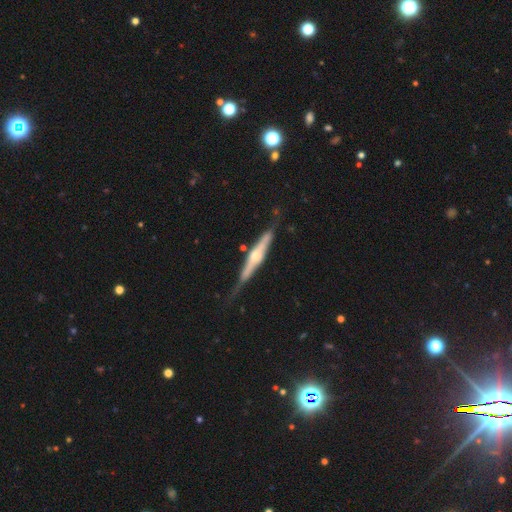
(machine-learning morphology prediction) Smooth or featured? featured or disk (74%)
Edge-on disk? yes (93%)
Edge-on bulge? rounded (76%)
Merging? none (68%)